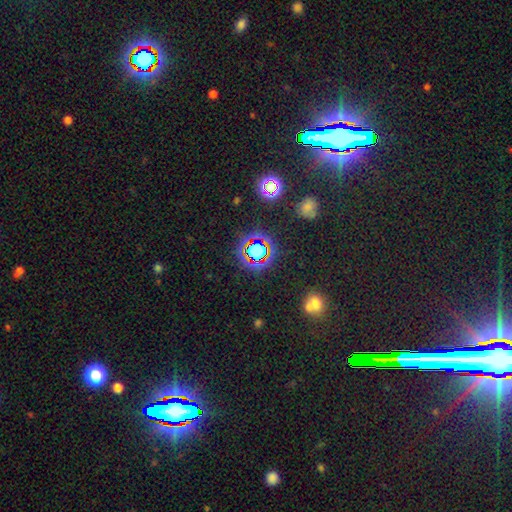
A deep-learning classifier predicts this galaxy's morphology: The model was most divided on "smooth or featured": star or artifact: 66%, smooth: 22%, featured or disk: 12%.